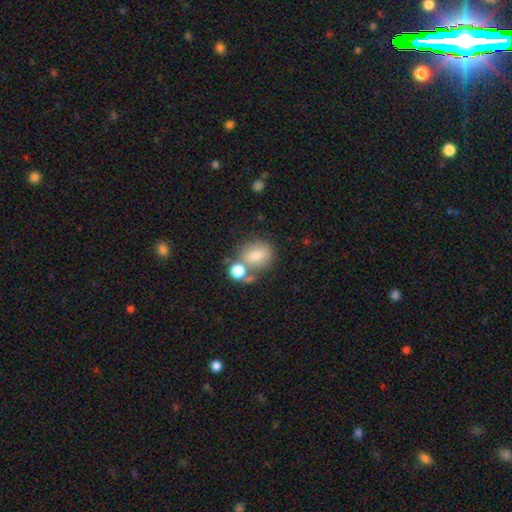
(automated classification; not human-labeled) Smooth or featured?
  - smooth: 75% *
  - featured or disk: 15%
  - star or artifact: 10%
How rounded?
  - round: 62% *
  - in between: 37%
  - cigar-shaped: 1%
Merging?
  - none: 47% *
  - merger: 31%
  - minor disturbance: 15%
  - major disturbance: 8%